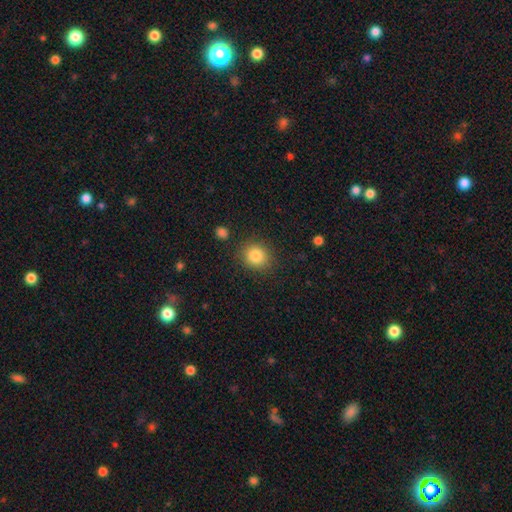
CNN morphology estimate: type=smooth (85%); roundness=round (81%); merging=none (87%).